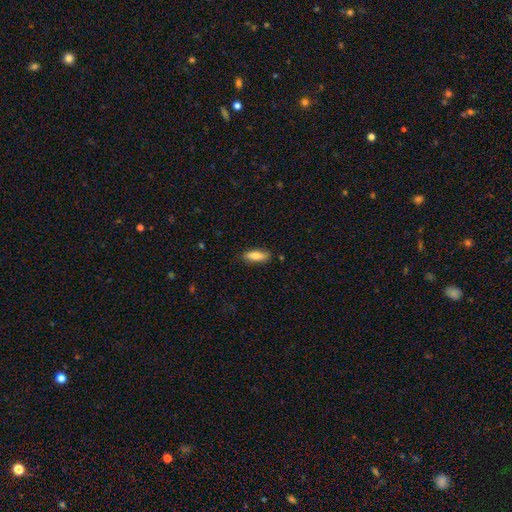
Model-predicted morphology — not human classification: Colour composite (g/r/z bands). It shows a smooth galaxy with no disk features (77%) that is in between round and cigar-shaped (62%). Merging: none (82%).